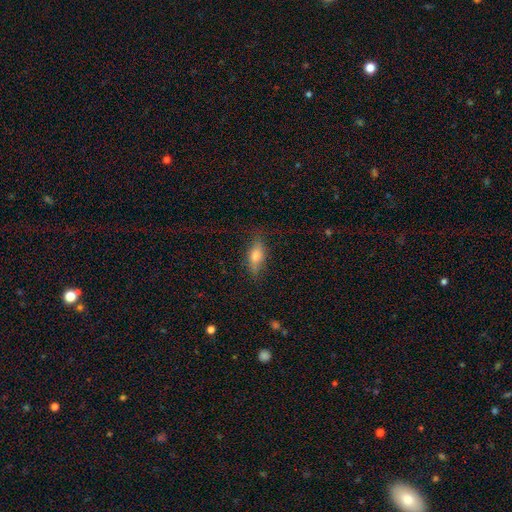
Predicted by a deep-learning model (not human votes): A smooth galaxy with no disk features (65%) that is in between round and cigar-shaped (71%).

Vote fractions:
- Smooth or featured? smooth: 65% / featured or disk: 26% / star or artifact: 9%
- How rounded? in between: 71% / cigar-shaped: 24% / round: 5%
- Merging? none: 75% / minor disturbance: 18% / major disturbance: 5% / merger: 1%